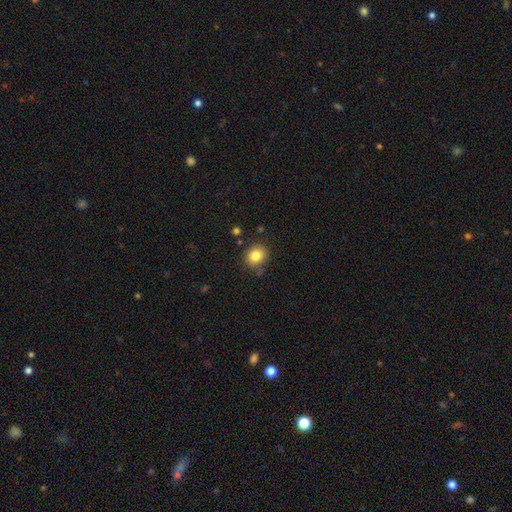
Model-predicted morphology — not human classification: type=smooth (83%); roundness=round (76%); merging=none (82%).